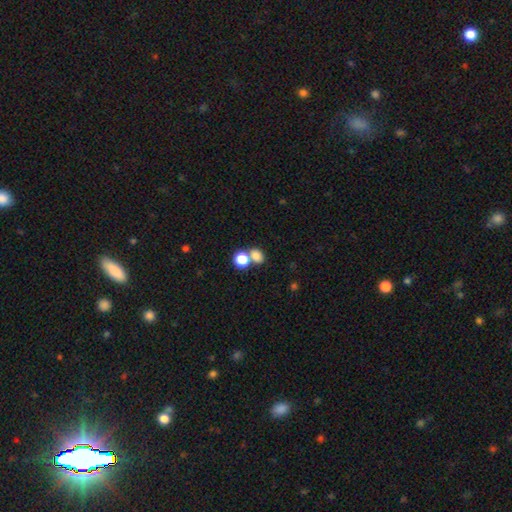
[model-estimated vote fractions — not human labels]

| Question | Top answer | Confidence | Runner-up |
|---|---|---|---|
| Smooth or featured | smooth | 79% | star or artifact (13%) |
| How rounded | round | 52% | in between (47%) |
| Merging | none | 46% | merger (43%) |